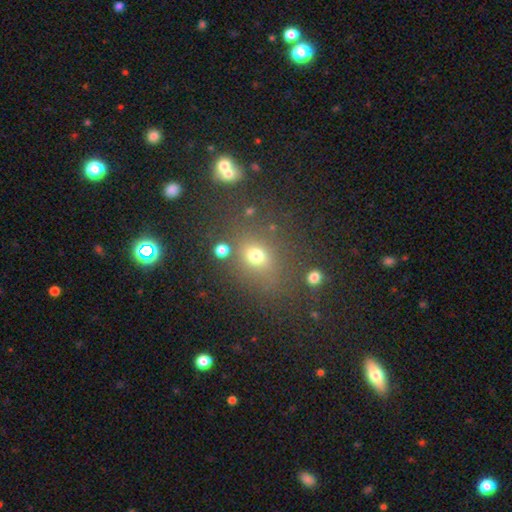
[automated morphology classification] smooth-or-featured: smooth: 68% | star or artifact: 21% | featured or disk: 10%
  how-rounded: round: 55% | in between: 43% | cigar-shaped: 3%
  merging: none: 72% | minor disturbance: 13% | merger: 8% | major disturbance: 7%